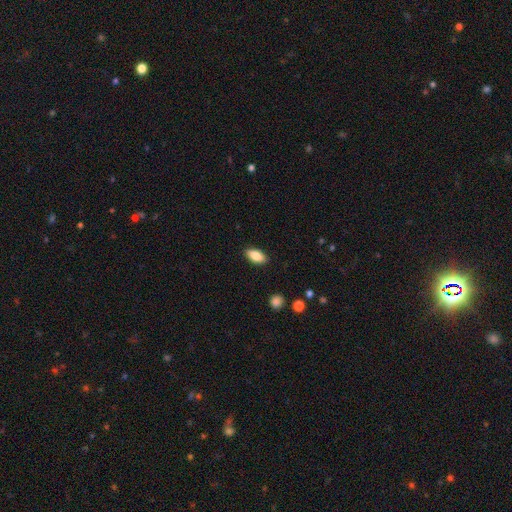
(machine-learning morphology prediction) This appears to be a smooth galaxy with no disk features (85%) that is in between round and cigar-shaped (90%). Merging: none (88%).